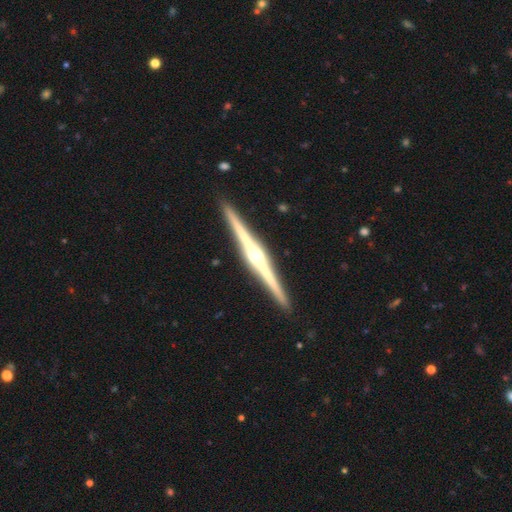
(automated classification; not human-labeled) A featured or disk galaxy (89%) viewed edge-on (99%) with a rounded central bulge (89%). Merging: none (93%).